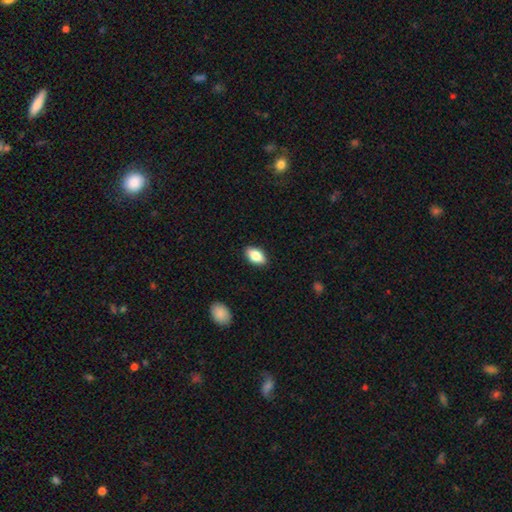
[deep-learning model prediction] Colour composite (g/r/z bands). It shows a smooth galaxy with no disk features (83%) that is in between round and cigar-shaped (91%). Merging: none (88%).